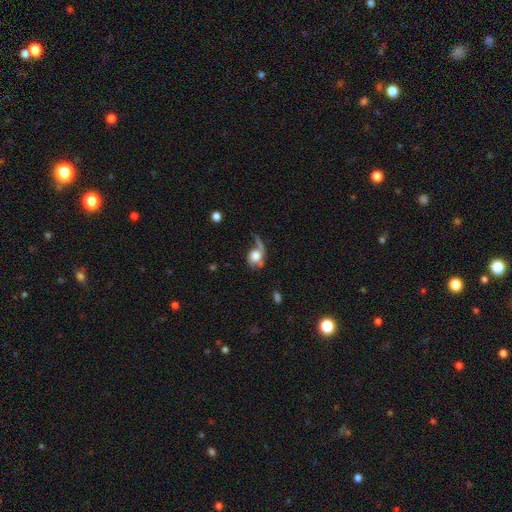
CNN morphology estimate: smooth 49%, featured or disk 41%, star or artifact 10%. Down the decision tree: merging — major disturbance (39%).